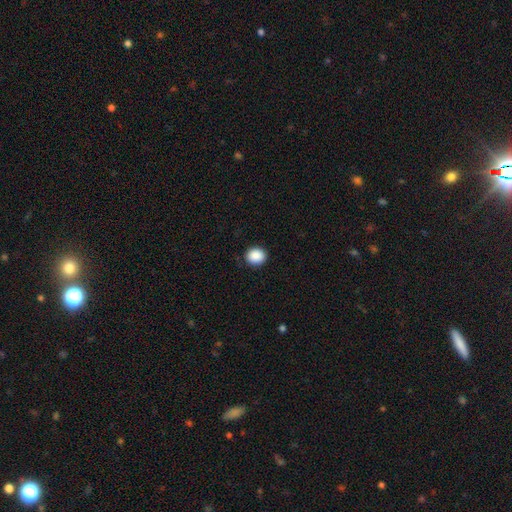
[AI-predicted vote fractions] Q: Smooth or featured?
A: smooth (89%); runner-up: star or artifact (8%)
Q: How rounded?
A: round (73%); runner-up: in between (26%)
Q: Merging?
A: none (89%); runner-up: minor disturbance (8%)